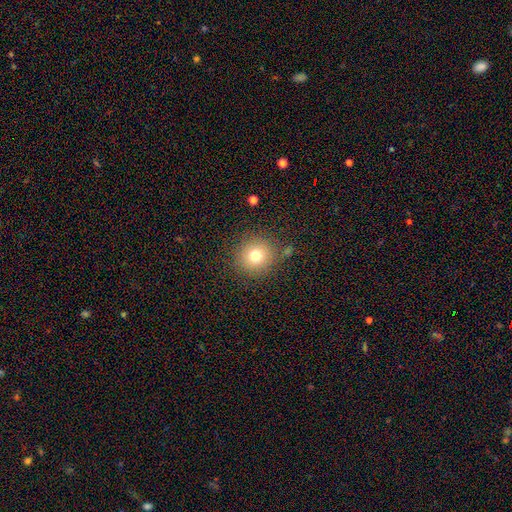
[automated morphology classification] Q: Smooth or featured?
A: smooth (74%); runner-up: star or artifact (15%)
Q: How rounded?
A: round (92%); runner-up: in between (7%)
Q: Merging?
A: none (85%); runner-up: minor disturbance (9%)